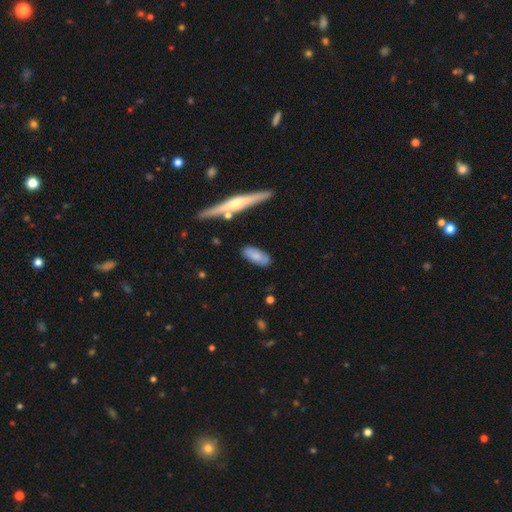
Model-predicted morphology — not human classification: This appears to be a smooth galaxy with no disk features (73%) that is in between round and cigar-shaped (75%). Merging: none (80%).